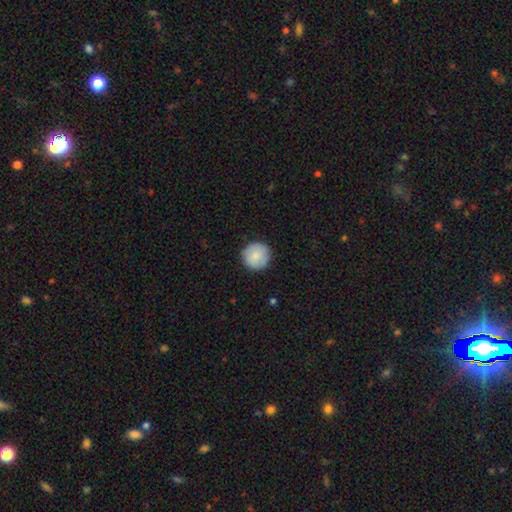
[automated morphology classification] Smooth or featured: smooth — 86% (featured or disk — 7%)
How rounded: round — 96% (in between — 3%)
Merging: none — 90% (minor disturbance — 7%)